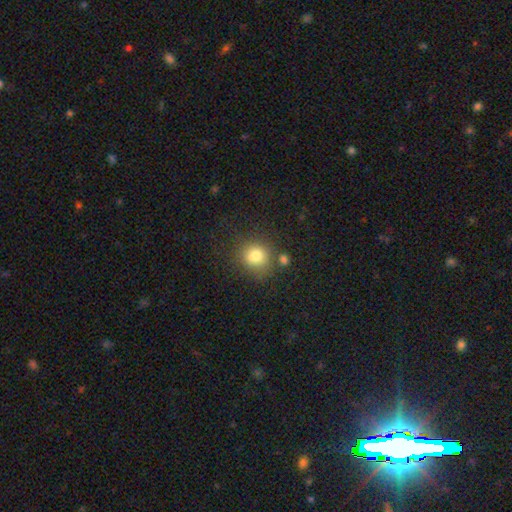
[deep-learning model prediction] Smooth or featured: smooth — 81% (star or artifact — 12%)
How rounded: round — 81% (in between — 18%)
Merging: none — 69% (minor disturbance — 16%)